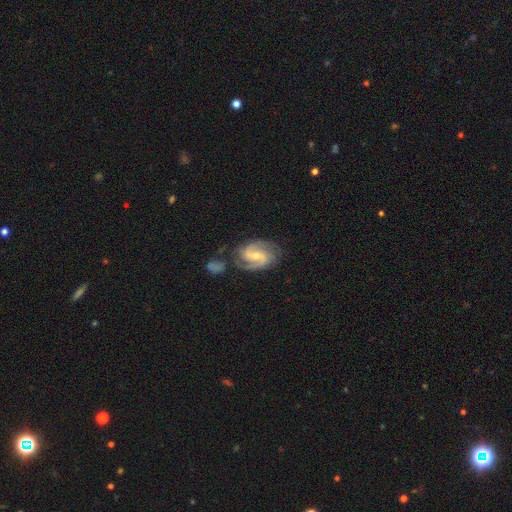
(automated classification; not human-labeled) smooth-or-featured: featured or disk: 88% | smooth: 7% | star or artifact: 5%
  disk-edge-on: no: 97% | yes: 3%
    bar: weak: 52% | no: 26% | strong: 22%
    has-spiral-arms: yes: 97% | no: 3%
      spiral-winding: medium: 54% | tight: 28% | loose: 18%
      spiral-arm-count: 2: 82% | 3: 8% | can't tell: 5% | 1: 2% | 4: 2% | more than 4: 1%
    bulge-size: small: 53% | moderate: 42% | none: 3% | large: 2% | dominant: 1%
  merging: none: 67% | minor disturbance: 18% | major disturbance: 7% | merger: 7%